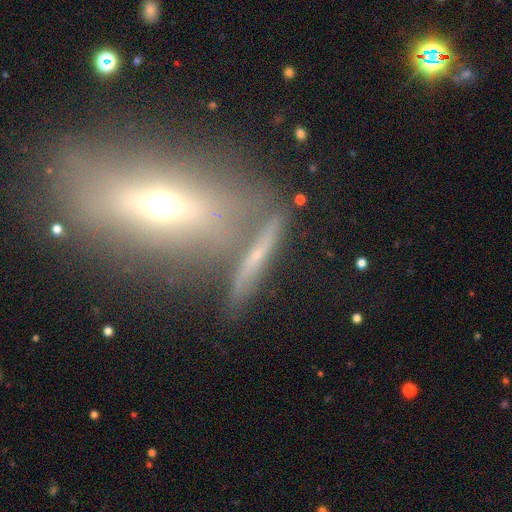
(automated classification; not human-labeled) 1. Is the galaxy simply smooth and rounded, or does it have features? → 57% featured or disk, 27% smooth, 16% star or artifact.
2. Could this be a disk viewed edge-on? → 83% yes, 17% no.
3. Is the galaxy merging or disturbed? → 66% none, 17% merger, 12% minor disturbance, 6% major disturbance.